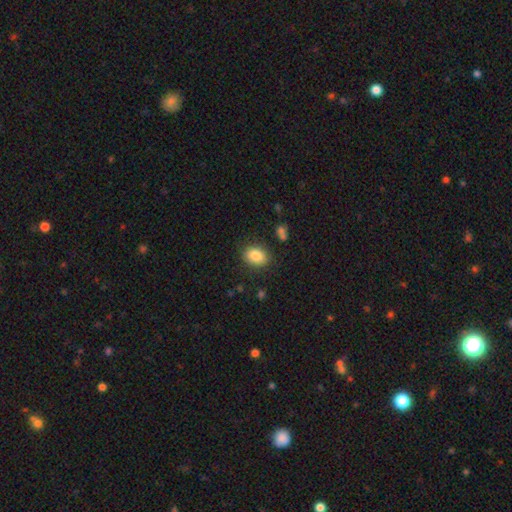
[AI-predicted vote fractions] Morphology: type=smooth (85%); roundness=in between (67%); merging=none (84%).